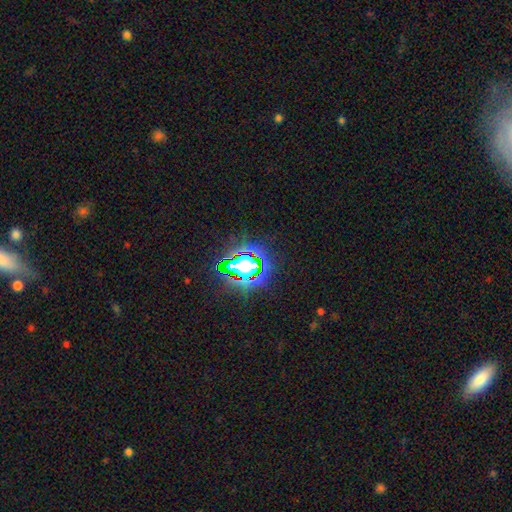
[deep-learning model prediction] Smooth or featured? Predicted: star or artifact (p=0.81).